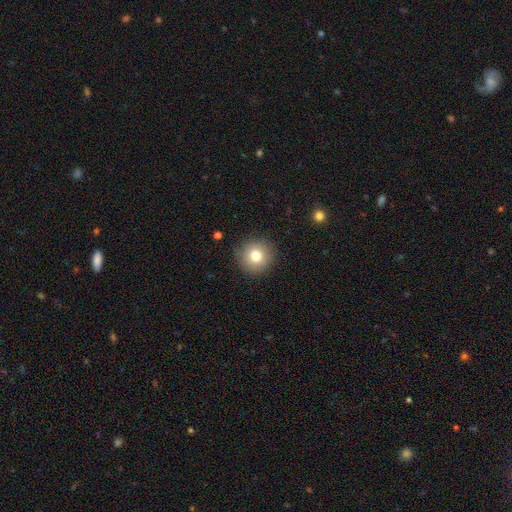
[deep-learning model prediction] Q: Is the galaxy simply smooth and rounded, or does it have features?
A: smooth — 77%.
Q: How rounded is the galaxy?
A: round — 95%.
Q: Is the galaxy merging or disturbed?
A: none — 89%.